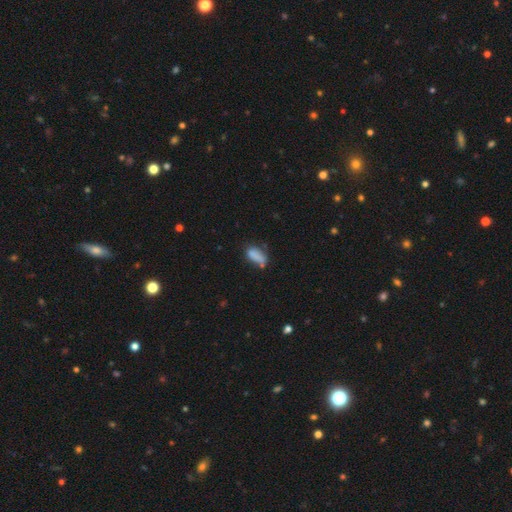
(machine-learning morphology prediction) smooth_or_featured: smooth (p=0.80) [alt: featured or disk p=0.11]
how_rounded: in between (p=0.81) [alt: cigar-shaped p=0.16]
merging: none (p=0.48) [alt: minor disturbance p=0.29]